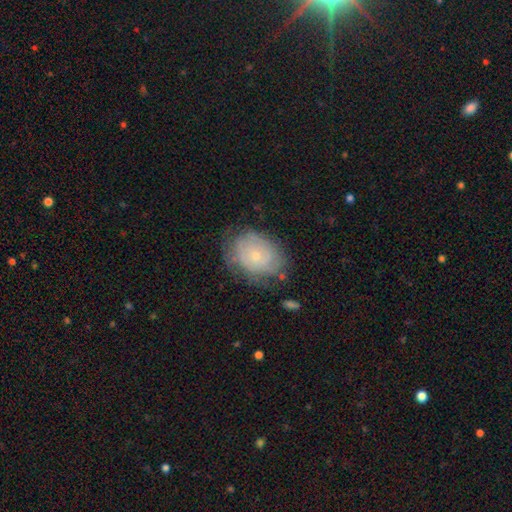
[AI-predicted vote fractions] Smooth or featured? featured or disk (56%)
Edge-on disk? no (96%)
Bar? no (85%)
Spiral arms? yes (69%)
Bulge size? small (76%)
Merging? none (66%)